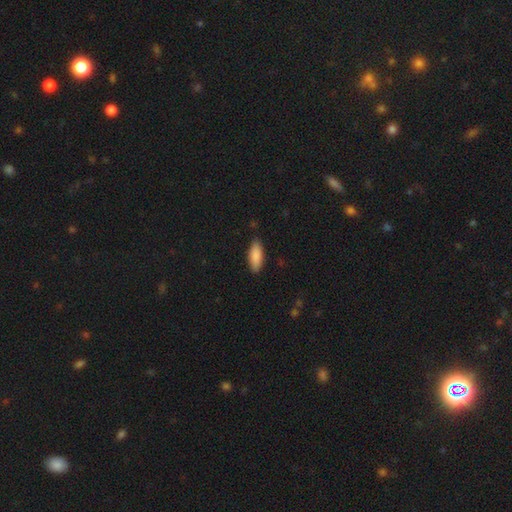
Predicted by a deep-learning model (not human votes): smooth 87%, featured or disk 7%, star or artifact 6%. Down the decision tree: how rounded — in between (71%); merging — none (84%).